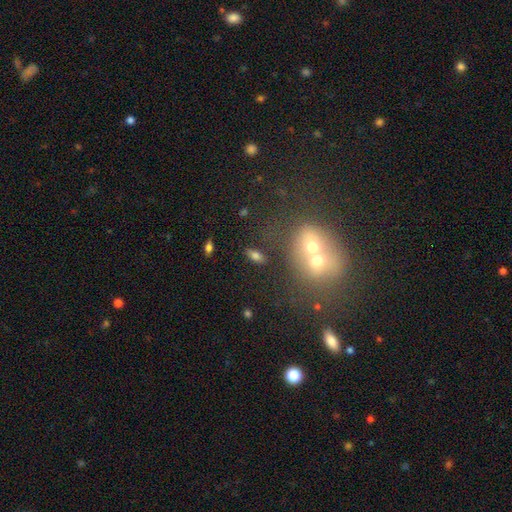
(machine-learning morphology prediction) type=smooth (70%); roundness=in between (79%); merging=none (71%).